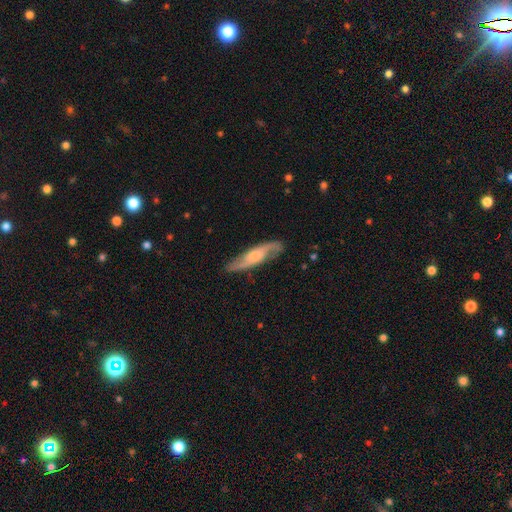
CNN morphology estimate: smooth_or_featured: featured or disk (p=0.73) [alt: smooth p=0.21]
disk_edge_on: no (p=0.69) [alt: yes p=0.31]
bar: no (p=0.53) [alt: weak p=0.37]
has_spiral_arms: yes (p=0.94) [alt: no p=0.06]
bulge_size: moderate (p=0.41) [alt: small p=0.24]
merging: none (p=0.82) [alt: minor disturbance p=0.13]